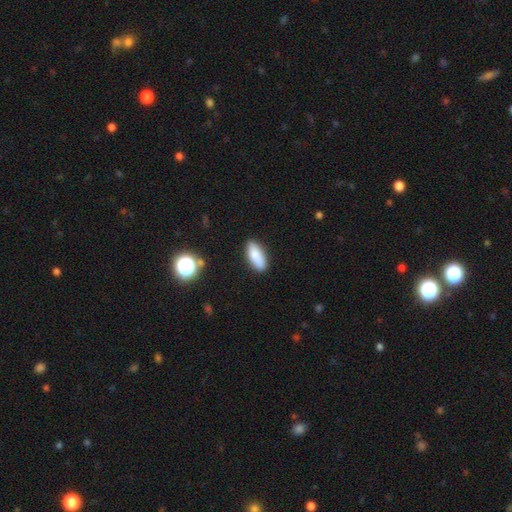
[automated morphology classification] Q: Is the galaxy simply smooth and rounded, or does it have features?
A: smooth — 83%.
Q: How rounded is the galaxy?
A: in between — 77%.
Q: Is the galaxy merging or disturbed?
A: none — 87%.